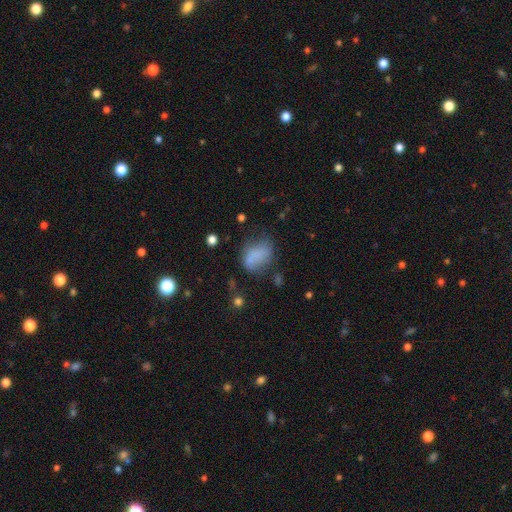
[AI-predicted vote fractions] A smooth galaxy with no disk features (71%) that is in between round and cigar-shaped (80%). Merging: none (41%).